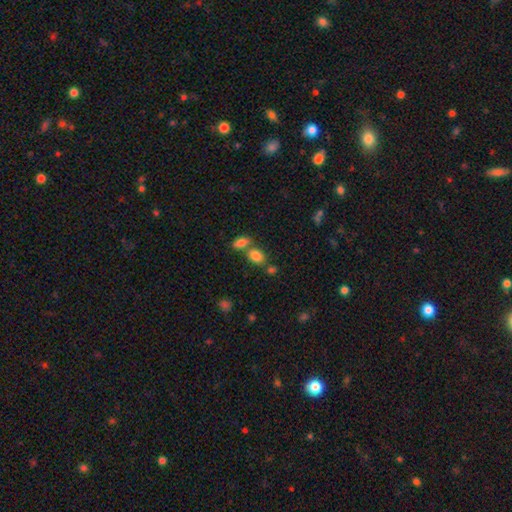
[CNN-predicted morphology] This appears to be a smooth galaxy with no disk features (82%) that is in between round and cigar-shaped (76%). Merging: none (50%).